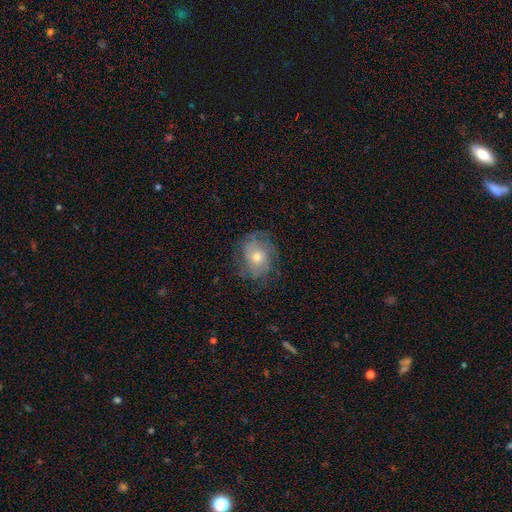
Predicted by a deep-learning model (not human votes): smooth_or_featured: featured or disk (p=0.58) [alt: smooth p=0.30]
disk_edge_on: no (p=0.96) [alt: yes p=0.04]
bar: no (p=0.83) [alt: weak p=0.14]
has_spiral_arms: yes (p=0.76) [alt: no p=0.24]
bulge_size: moderate (p=0.57) [alt: small p=0.37]
merging: none (p=0.69) [alt: minor disturbance p=0.19]